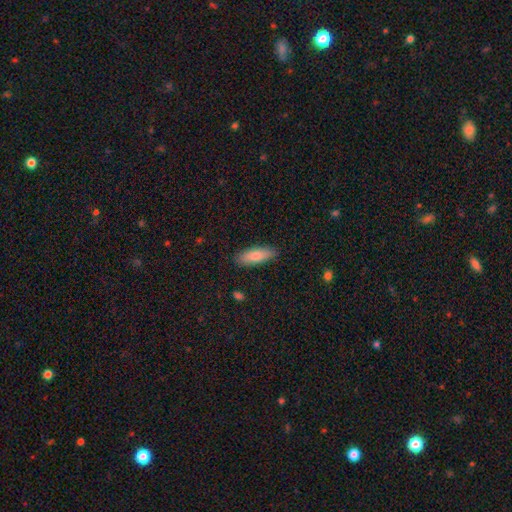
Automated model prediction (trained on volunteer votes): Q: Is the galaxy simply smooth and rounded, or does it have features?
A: smooth — 79%.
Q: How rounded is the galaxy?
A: in between — 60%.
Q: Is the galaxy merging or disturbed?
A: none — 88%.